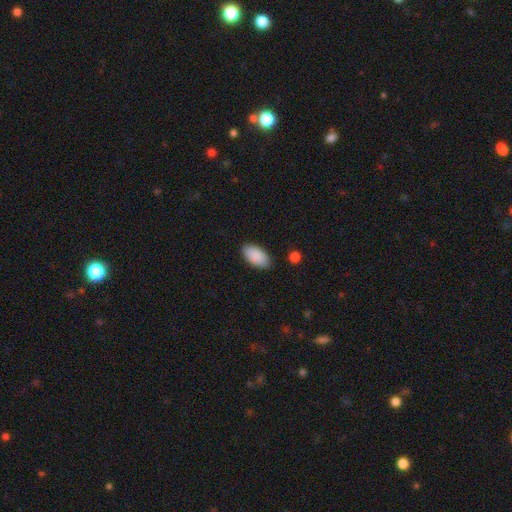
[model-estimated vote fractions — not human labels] Morphology: type=smooth (90%); roundness=in between (95%); merging=none (87%).